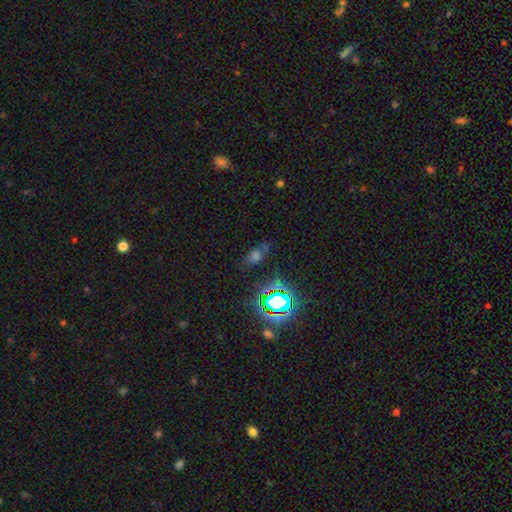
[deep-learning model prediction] Smooth or featured: star or artifact — 48% (smooth — 40%)